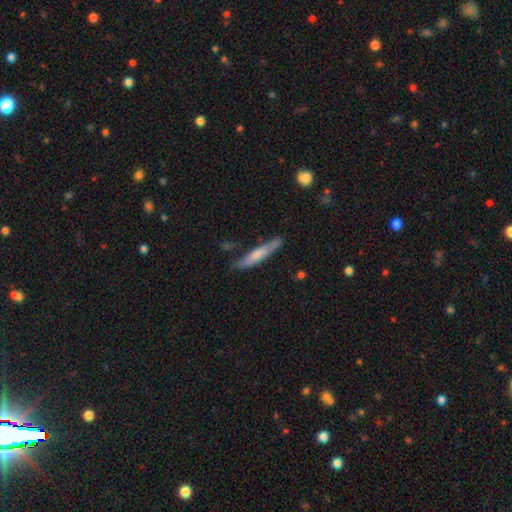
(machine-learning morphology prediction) A smooth galaxy with no disk features (54%) that is cigar-shaped (93%).

Vote fractions:
- Smooth or featured? smooth: 54% / featured or disk: 40% / star or artifact: 6%
- How rounded? cigar-shaped: 93% / in between: 5% / round: 1%
- Merging? none: 79% / minor disturbance: 16% / major disturbance: 3% / merger: 3%